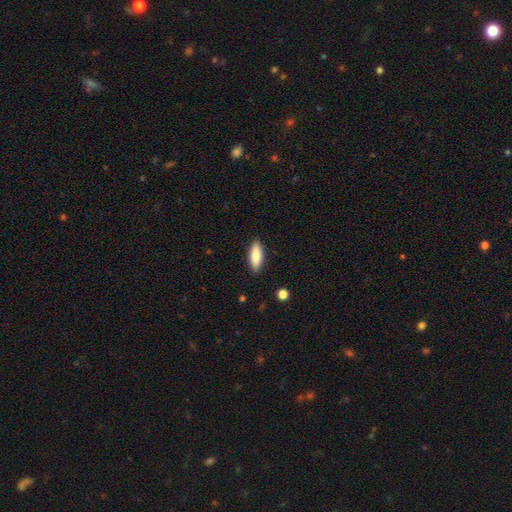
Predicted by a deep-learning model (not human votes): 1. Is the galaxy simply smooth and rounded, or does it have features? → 79% smooth, 15% featured or disk, 6% star or artifact.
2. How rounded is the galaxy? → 65% in between, 33% cigar-shaped, 2% round.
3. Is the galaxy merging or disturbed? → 89% none, 8% minor disturbance, 2% major disturbance, 1% merger.